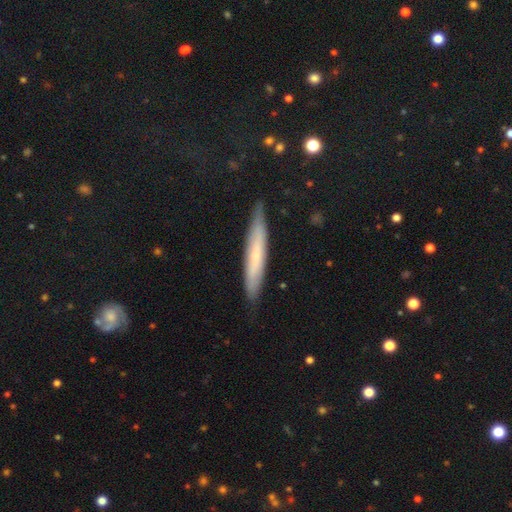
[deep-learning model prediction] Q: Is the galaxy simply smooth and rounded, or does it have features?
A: smooth — 58%.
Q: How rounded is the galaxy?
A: cigar-shaped — 93%.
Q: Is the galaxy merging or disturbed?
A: none — 85%.